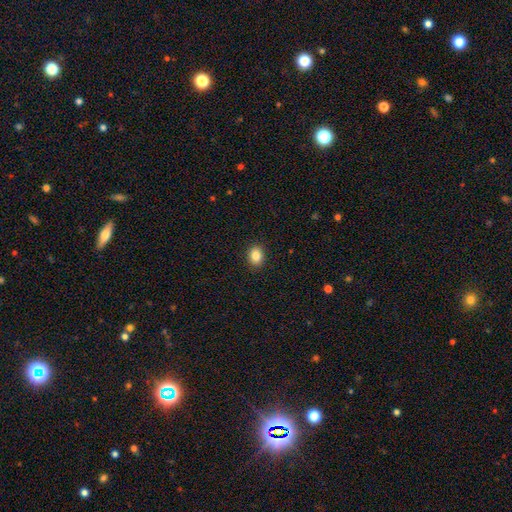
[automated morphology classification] A smooth galaxy with no disk features (85%) that is in between round and cigar-shaped (56%). Merging: none (91%).